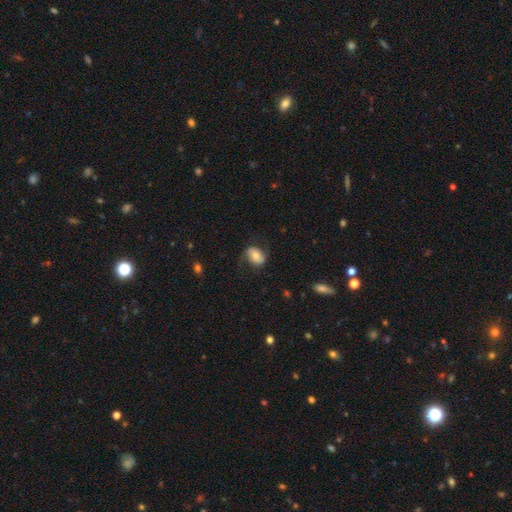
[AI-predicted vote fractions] This is possibly a smooth galaxy (51%). How rounded: likely in between (79%). Merging: likely none (65%).